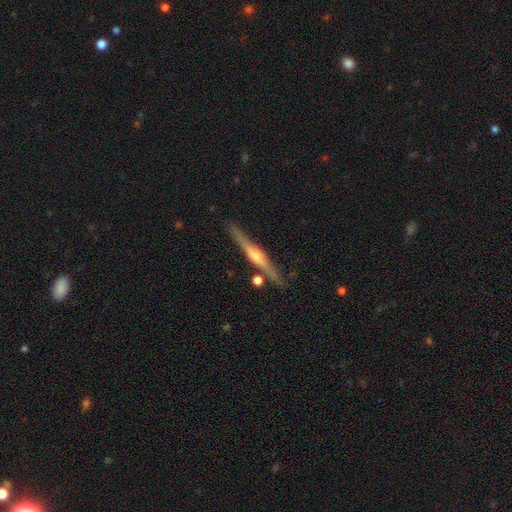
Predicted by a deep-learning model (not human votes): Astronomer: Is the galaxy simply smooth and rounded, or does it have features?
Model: featured or disk — 79%.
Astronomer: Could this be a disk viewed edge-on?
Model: yes — 98%.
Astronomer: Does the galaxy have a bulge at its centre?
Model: rounded — 86%.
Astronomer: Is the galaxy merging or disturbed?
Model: none — 85%.